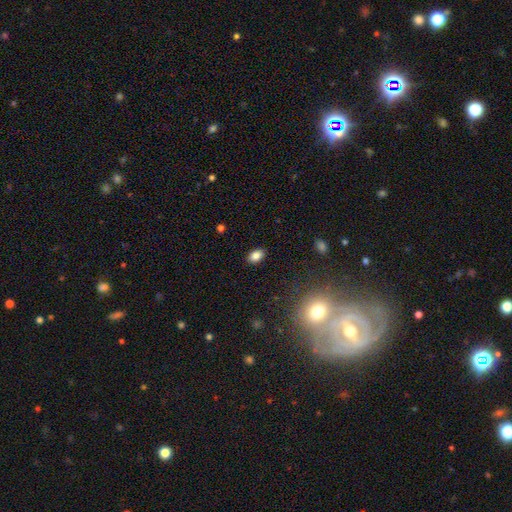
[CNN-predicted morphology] Q: Smooth or featured?
A: smooth (83%); runner-up: star or artifact (10%)
Q: How rounded?
A: in between (85%); runner-up: round (13%)
Q: Merging?
A: none (89%); runner-up: minor disturbance (8%)